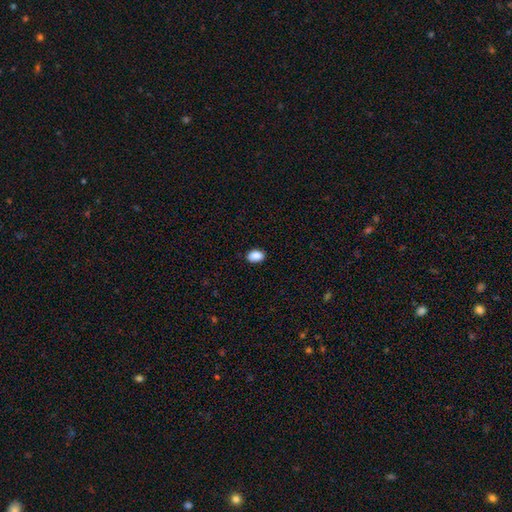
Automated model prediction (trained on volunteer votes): smooth-or-featured: smooth: 90% | star or artifact: 7% | featured or disk: 3%
  how-rounded: in between: 85% | round: 14% | cigar-shaped: 1%
  merging: none: 88% | minor disturbance: 9% | major disturbance: 2% | merger: 1%